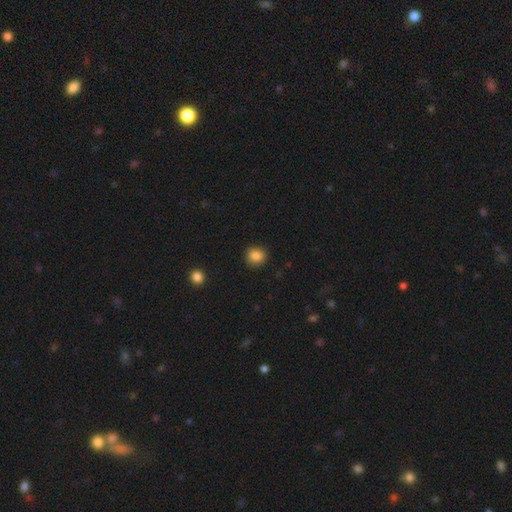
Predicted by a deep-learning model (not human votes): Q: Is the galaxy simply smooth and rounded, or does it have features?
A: smooth — 86%.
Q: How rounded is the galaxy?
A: round — 83%.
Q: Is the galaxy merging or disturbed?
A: none — 88%.